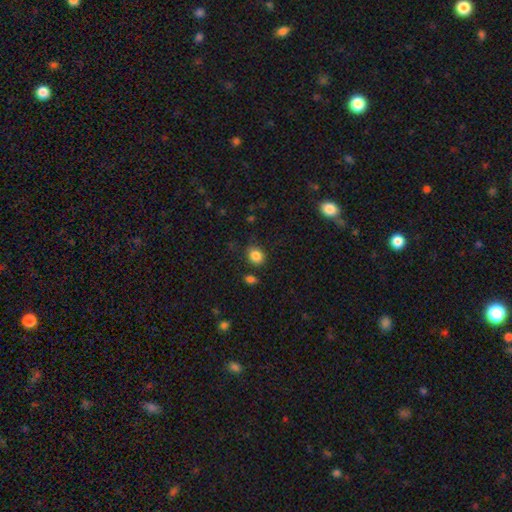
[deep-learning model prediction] smooth-or-featured: smooth: 85% | star or artifact: 10% | featured or disk: 4%
  how-rounded: round: 63% | in between: 36% | cigar-shaped: 1%
  merging: none: 78% | minor disturbance: 14% | merger: 4% | major disturbance: 4%